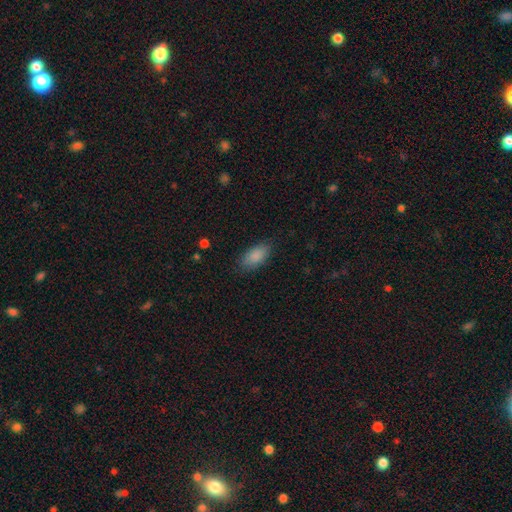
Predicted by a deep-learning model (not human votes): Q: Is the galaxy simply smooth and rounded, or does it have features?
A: smooth — 88%.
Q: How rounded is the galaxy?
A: in between — 91%.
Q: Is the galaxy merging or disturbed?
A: none — 83%.